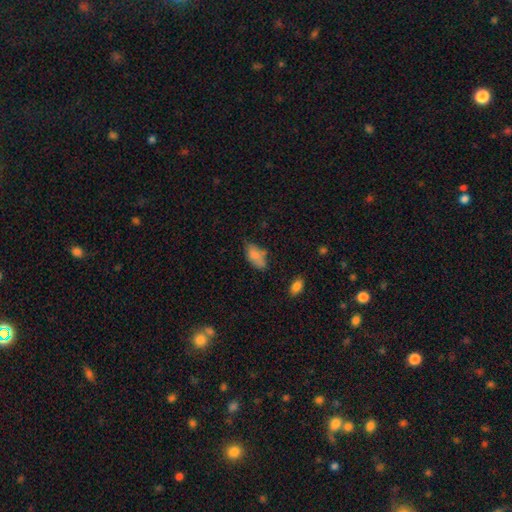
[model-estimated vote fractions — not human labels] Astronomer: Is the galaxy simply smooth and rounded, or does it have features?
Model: smooth — 79%.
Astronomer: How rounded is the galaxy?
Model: in between — 91%.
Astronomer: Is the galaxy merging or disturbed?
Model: none — 54% (runner-up: minor disturbance, 29%).